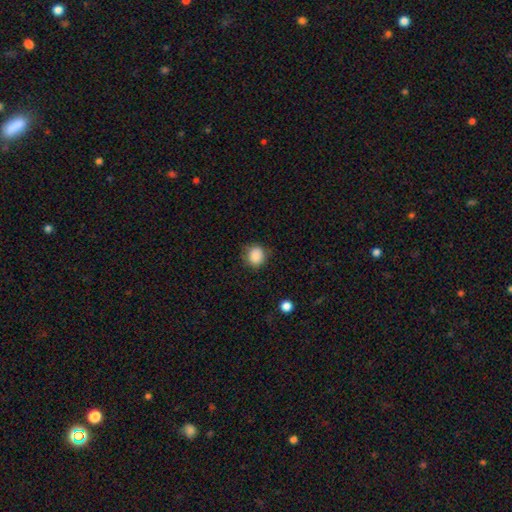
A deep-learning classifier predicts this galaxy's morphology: Smooth or featured: smooth — 87% (star or artifact — 9%)
How rounded: round — 78% (in between — 21%)
Merging: none — 78% (minor disturbance — 16%)